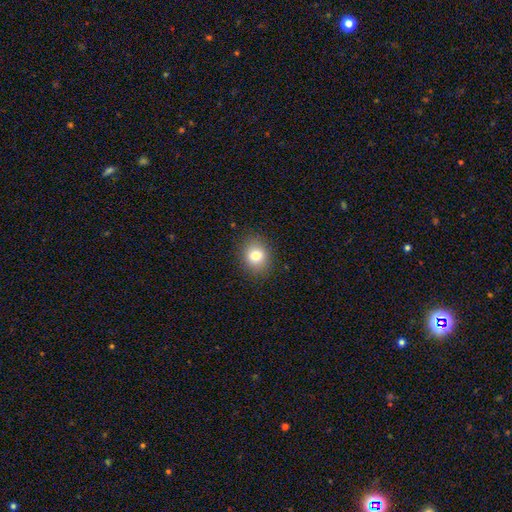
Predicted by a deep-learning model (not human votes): Smooth or featured? Predicted: smooth (p=0.81). How rounded? Predicted: round (p=0.66). Merging? Predicted: none (p=0.89).